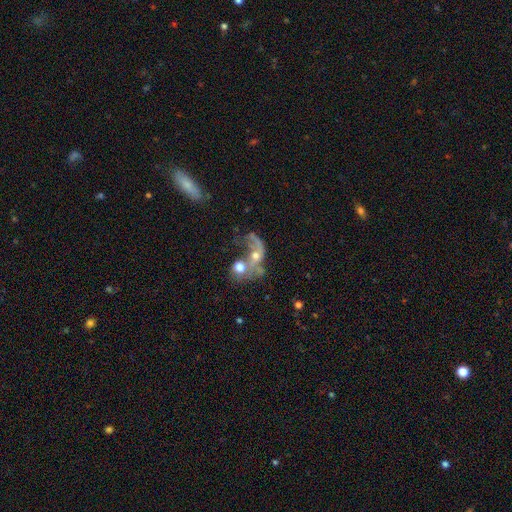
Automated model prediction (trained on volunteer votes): A featured or disk galaxy (56%) with no bar (74%), spiral arms (59%) and a moderate central bulge (50%). Merging: merger (59%).